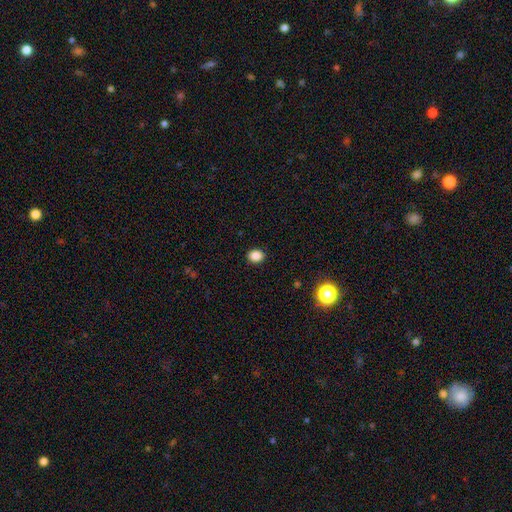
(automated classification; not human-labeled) Overall: smooth (87%). How rounded: round (63%; in between 36%). Merging: none (91%).